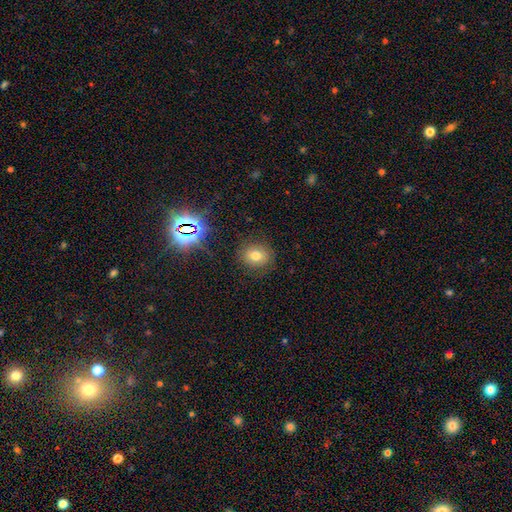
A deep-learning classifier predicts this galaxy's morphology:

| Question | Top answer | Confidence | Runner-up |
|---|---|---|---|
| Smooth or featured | smooth | 70% | star or artifact (18%) |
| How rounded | round | 70% | in between (29%) |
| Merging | none | 83% | minor disturbance (11%) |